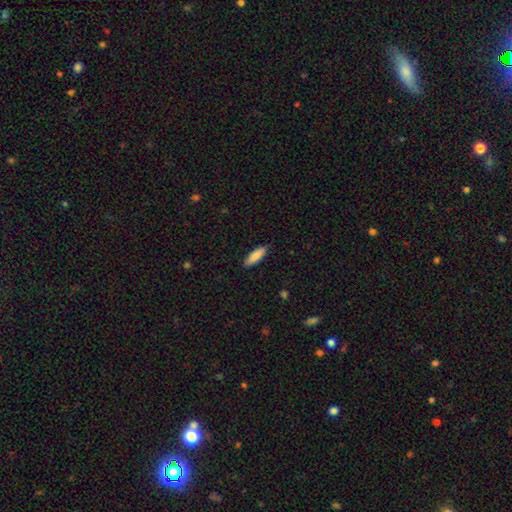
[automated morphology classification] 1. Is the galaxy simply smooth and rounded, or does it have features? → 88% smooth, 6% featured or disk, 6% star or artifact.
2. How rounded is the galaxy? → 50% in between, 48% cigar-shaped, 1% round.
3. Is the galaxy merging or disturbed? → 88% none, 9% minor disturbance, 2% major disturbance, 1% merger.